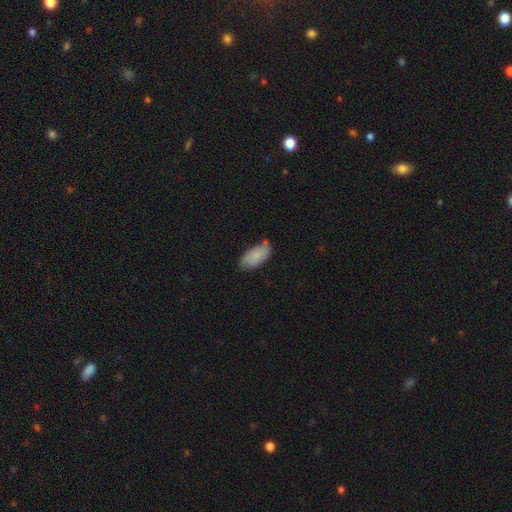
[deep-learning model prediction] smooth_or_featured: smooth (p=0.85) [alt: featured or disk p=0.09]
how_rounded: in between (p=0.92) [alt: cigar-shaped p=0.06]
merging: none (p=0.65) [alt: minor disturbance p=0.26]